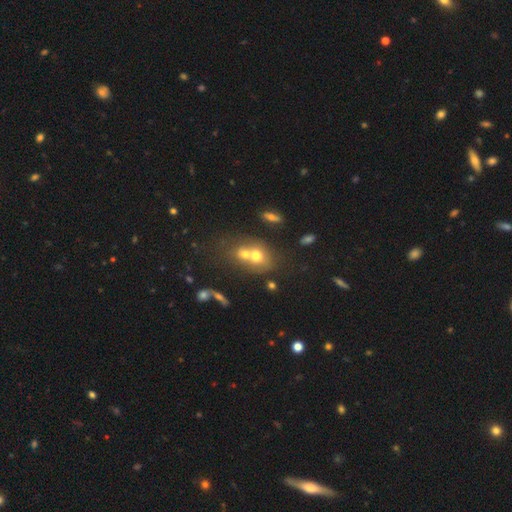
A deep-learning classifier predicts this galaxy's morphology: Q: Smooth or featured?
A: smooth (61%); runner-up: featured or disk (26%)
Q: How rounded?
A: round (54%); runner-up: in between (44%)
Q: Merging?
A: merger (66%); runner-up: none (22%)